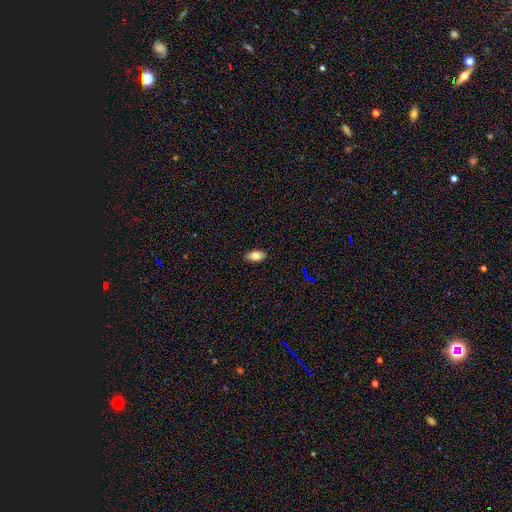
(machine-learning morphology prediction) Smooth or featured?
  - smooth: 79% *
  - featured or disk: 12%
  - star or artifact: 8%
How rounded?
  - in between: 92% *
  - cigar-shaped: 4%
  - round: 4%
Merging?
  - none: 88% *
  - minor disturbance: 10%
  - major disturbance: 2%
  - merger: 1%